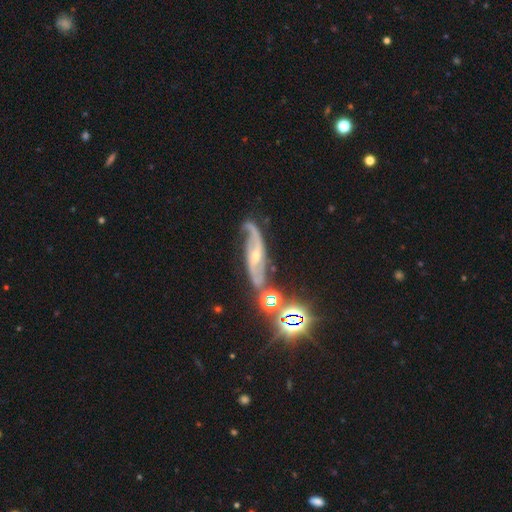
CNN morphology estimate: The model was most divided on "spiral winding": loose: 41%, medium: 40%, tight: 19%. Remaining: spiral arms — yes (96%); spiral arm count — 2 (85%); edge-on disk — no (84%); smooth or featured — featured or disk (78%); bulge size — small (62%); merging — none (61%); bar — no (48%).